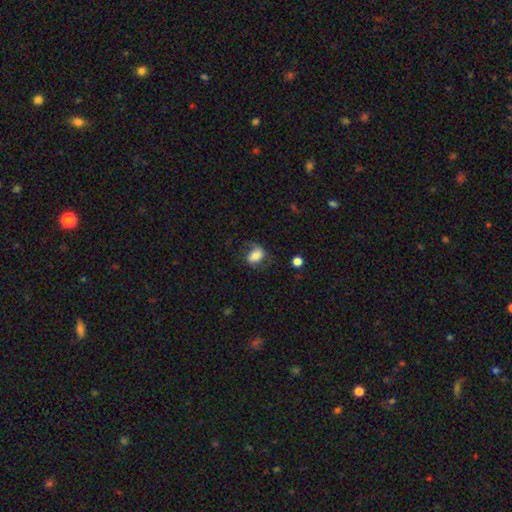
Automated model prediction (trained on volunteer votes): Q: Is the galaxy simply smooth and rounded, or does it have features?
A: smooth — 68%.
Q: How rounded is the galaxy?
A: in between — 73%.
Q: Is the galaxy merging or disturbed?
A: none — 59%.